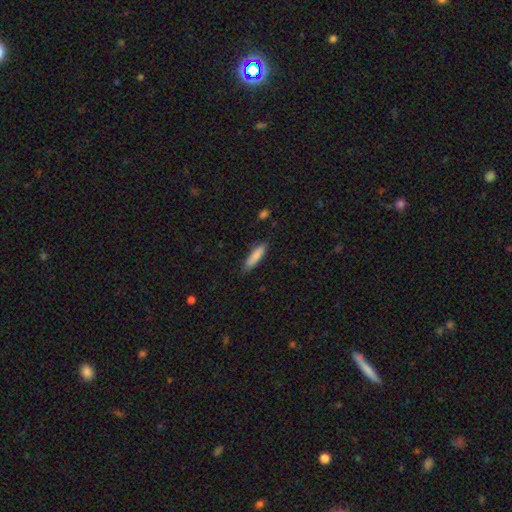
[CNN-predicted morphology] smooth 85%, featured or disk 9%, star or artifact 6%. Down the decision tree: how rounded — cigar-shaped (74%); merging — none (83%).